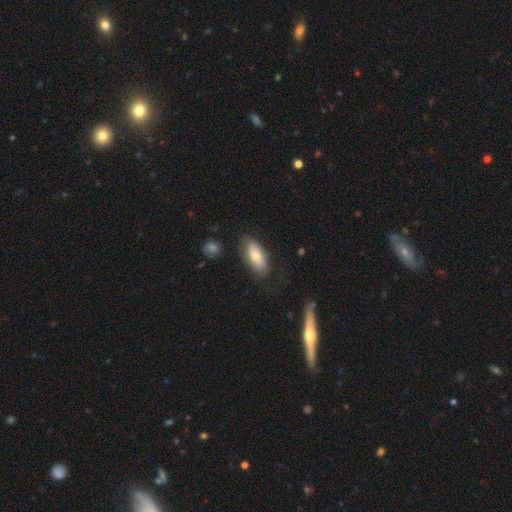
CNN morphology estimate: Smooth or featured: smooth — 76% (featured or disk — 17%)
How rounded: in between — 82% (cigar-shaped — 16%)
Merging: none — 76% (minor disturbance — 17%)